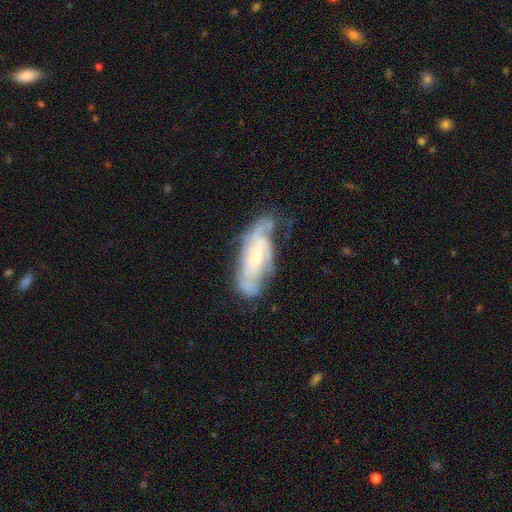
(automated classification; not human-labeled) The model was most divided on "spiral winding": tight: 51%, medium: 37%, loose: 12%. Remaining: edge-on disk — no (90%); spiral arms — yes (88%); smooth or featured — featured or disk (77%); bulge size — small (63%); bar — no (62%); merging — none (56%); spiral arm count — can't tell (41%).